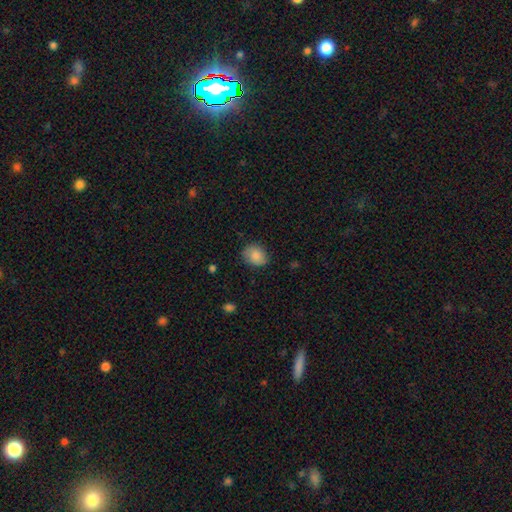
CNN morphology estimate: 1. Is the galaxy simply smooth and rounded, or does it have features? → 81% smooth, 11% featured or disk, 8% star or artifact.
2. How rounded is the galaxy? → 56% round, 43% in between, 1% cigar-shaped.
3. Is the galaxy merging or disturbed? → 78% none, 17% minor disturbance, 4% major disturbance, 1% merger.